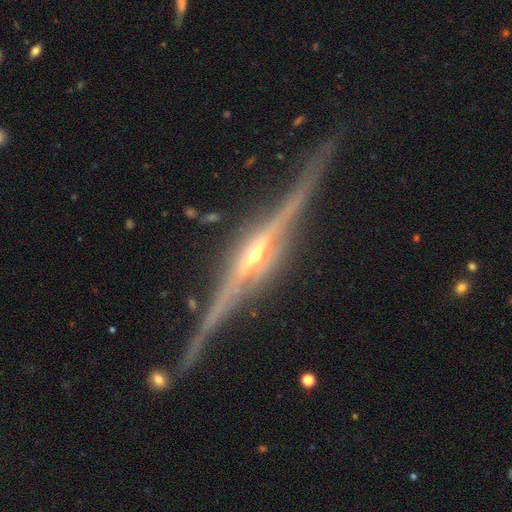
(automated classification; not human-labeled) A featured or disk galaxy (89%) viewed edge-on (96%) with a rounded central bulge (83%).

Vote fractions:
- Smooth or featured? featured or disk: 89% / smooth: 6% / star or artifact: 5%
- Edge-on disk? yes: 96% / no: 4%
- Edge-on bulge? rounded: 83% / boxy: 9% / none: 8%
- Merging? none: 80% / minor disturbance: 13% / major disturbance: 4% / merger: 3%